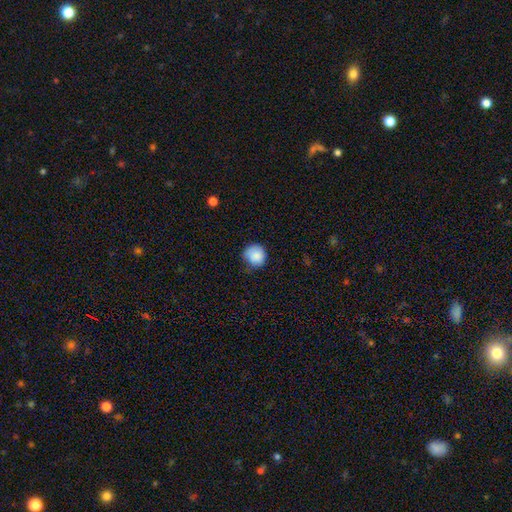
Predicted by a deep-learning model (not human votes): This is clearly a smooth galaxy (87%). How rounded: clearly round (90%). Merging: likely none (70%).